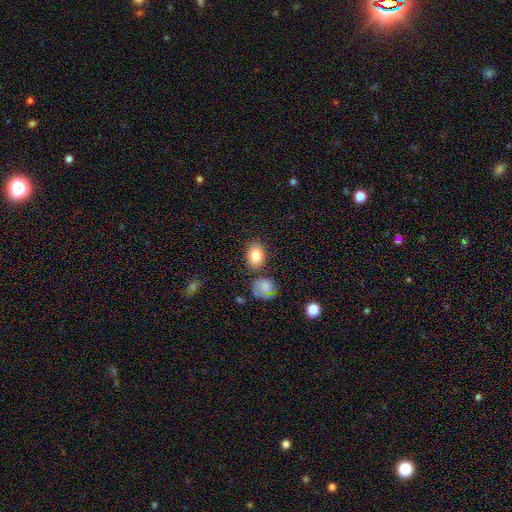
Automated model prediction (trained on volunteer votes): smooth-or-featured: smooth: 83% | featured or disk: 9% | star or artifact: 8%
  how-rounded: in between: 74% | round: 25% | cigar-shaped: 1%
  merging: none: 77% | minor disturbance: 12% | merger: 8% | major disturbance: 4%